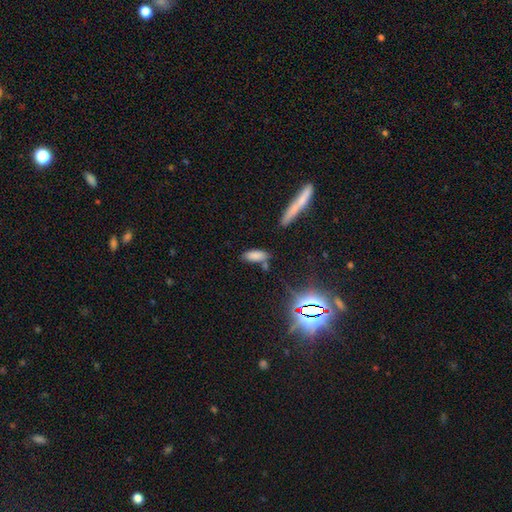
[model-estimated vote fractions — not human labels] A smooth galaxy with no disk features (79%) that is in between round and cigar-shaped (76%).

Vote fractions:
- Smooth or featured? smooth: 79% / star or artifact: 13% / featured or disk: 8%
- How rounded? in between: 76% / cigar-shaped: 22% / round: 3%
- Merging? none: 68% / minor disturbance: 16% / merger: 12% / major disturbance: 5%